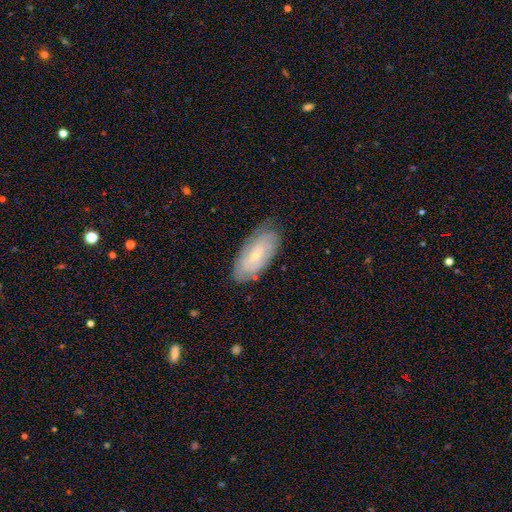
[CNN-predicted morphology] A featured or disk galaxy (59%) with no bar (75%), spiral arms (77%) and a small central bulge (73%).

Vote fractions:
- Smooth or featured? featured or disk: 59% / smooth: 34% / star or artifact: 7%
- Edge-on disk? no: 90% / yes: 10%
- Bar? no: 75% / weak: 20% / strong: 4%
- Spiral arms? yes: 77% / no: 23%
- Bulge size? small: 73% / moderate: 24% / none: 1% / large: 1% / dominant: 1%
- Merging? none: 76% / minor disturbance: 19% / major disturbance: 4% / merger: 1%